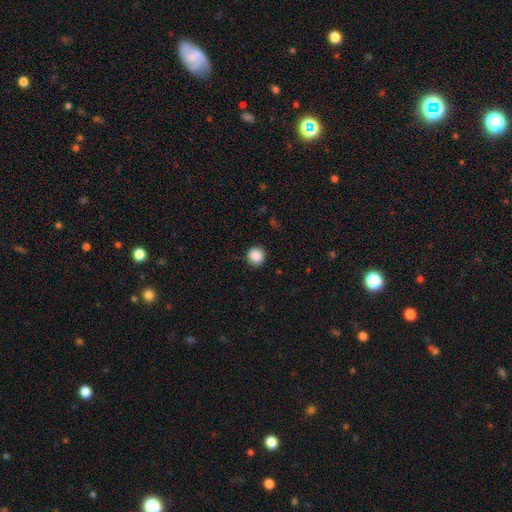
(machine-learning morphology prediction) Smooth or featured?
  - smooth: 87% *
  - star or artifact: 9%
  - featured or disk: 4%
How rounded?
  - round: 92% *
  - in between: 7%
  - cigar-shaped: 1%
Merging?
  - none: 88% *
  - minor disturbance: 9%
  - major disturbance: 2%
  - merger: 1%